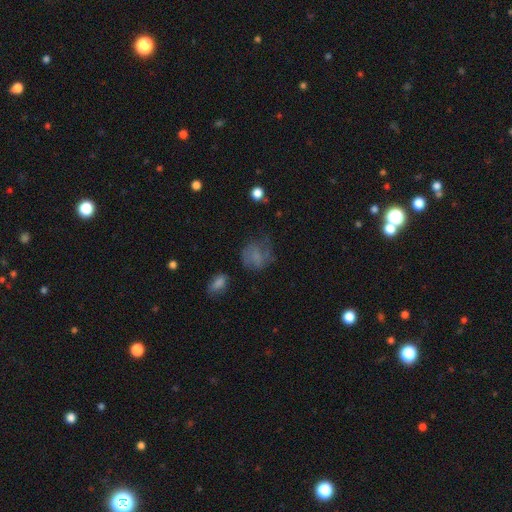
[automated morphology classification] Smooth or featured?
  - smooth: 63% *
  - featured or disk: 24%
  - star or artifact: 12%
How rounded?
  - round: 65% *
  - in between: 34%
  - cigar-shaped: 1%
Merging?
  - none: 47% *
  - minor disturbance: 27%
  - major disturbance: 22%
  - merger: 3%